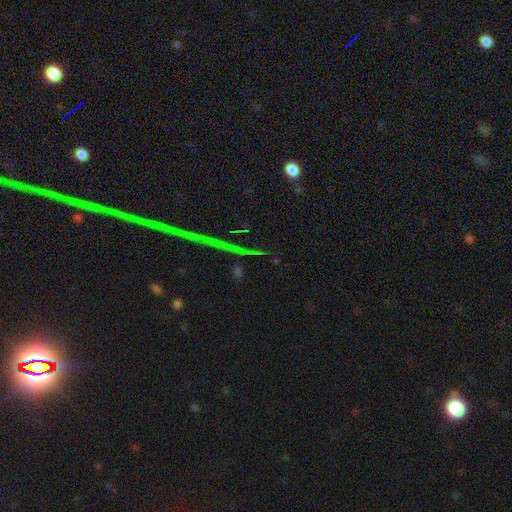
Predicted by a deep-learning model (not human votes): star or artifact 78%, featured or disk 12%, smooth 10%.